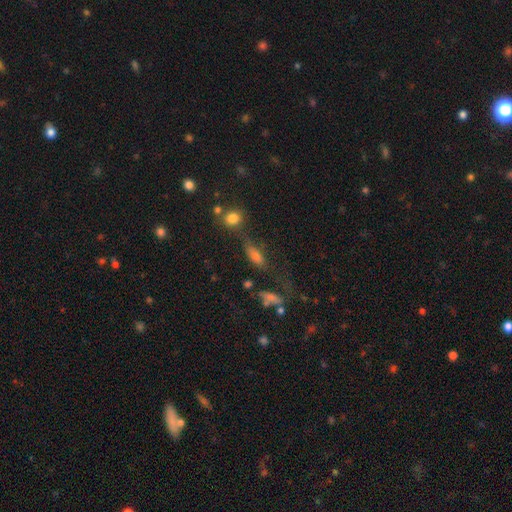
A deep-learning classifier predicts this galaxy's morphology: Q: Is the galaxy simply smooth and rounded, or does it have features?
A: smooth — 59%.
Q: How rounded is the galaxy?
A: in between — 53%.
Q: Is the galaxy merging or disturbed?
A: none — 50%.